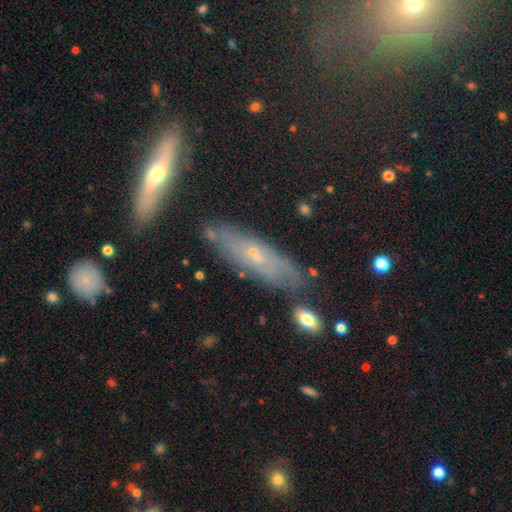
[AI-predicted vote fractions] Smooth or featured? featured or disk (50%)
Merging? none (74%)